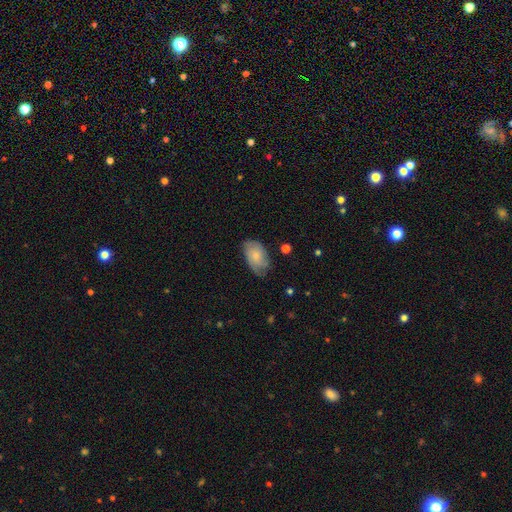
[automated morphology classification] Smooth or featured? Predicted: smooth (p=0.66). How rounded? Predicted: in between (p=0.92). Merging? Predicted: none (p=0.65).